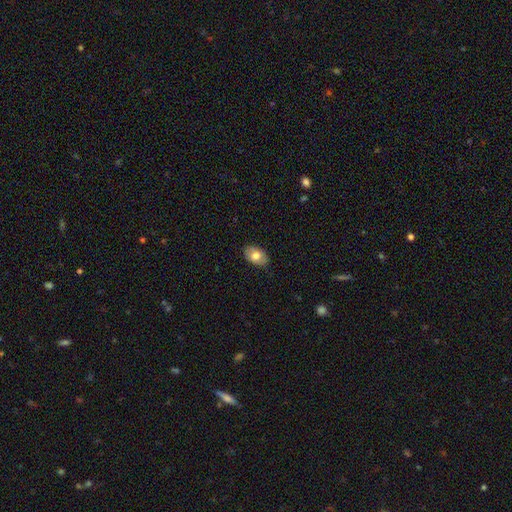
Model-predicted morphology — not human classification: Smooth or featured?
  - smooth: 74% *
  - featured or disk: 20%
  - star or artifact: 7%
How rounded?
  - in between: 90% *
  - round: 9%
  - cigar-shaped: 1%
Merging?
  - none: 86% *
  - minor disturbance: 11%
  - major disturbance: 2%
  - merger: 1%